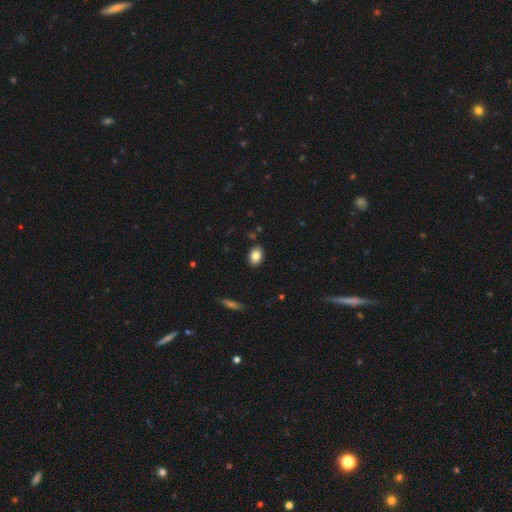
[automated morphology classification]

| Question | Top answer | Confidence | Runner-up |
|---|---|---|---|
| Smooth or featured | smooth | 83% | star or artifact (9%) |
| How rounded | in between | 72% | round (27%) |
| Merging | none | 88% | minor disturbance (9%) |